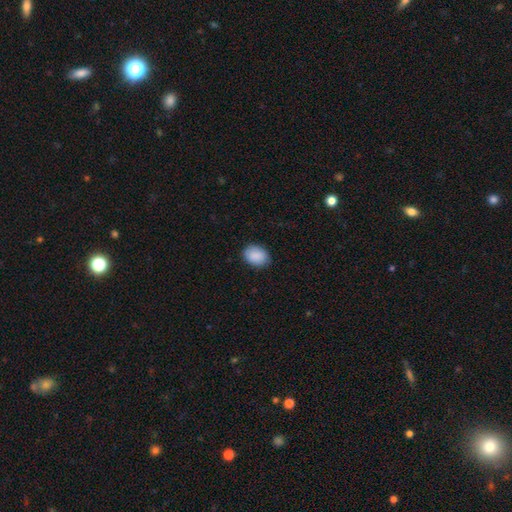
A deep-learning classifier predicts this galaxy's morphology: smooth-or-featured: smooth: 90% | star or artifact: 6% | featured or disk: 4%
  how-rounded: in between: 71% | round: 28% | cigar-shaped: 1%
  merging: none: 85% | minor disturbance: 12% | major disturbance: 2% | merger: 1%